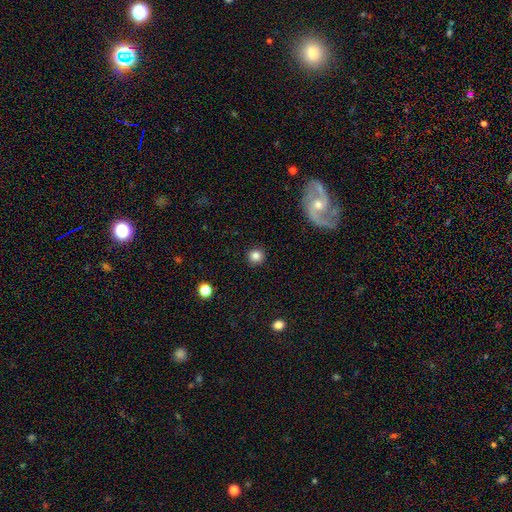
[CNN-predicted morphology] Q: Smooth or featured?
A: smooth (83%); runner-up: star or artifact (11%)
Q: How rounded?
A: round (93%); runner-up: in between (6%)
Q: Merging?
A: none (91%); runner-up: minor disturbance (6%)